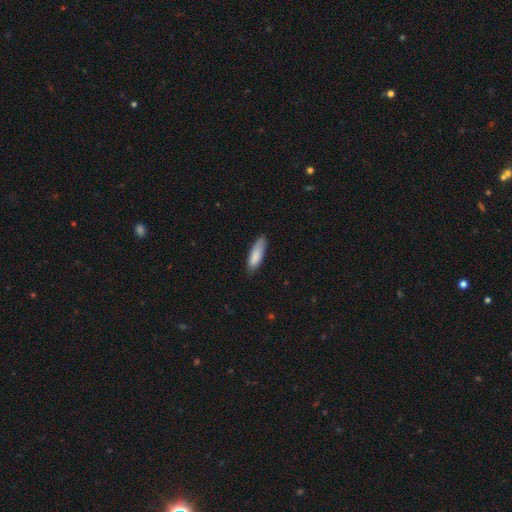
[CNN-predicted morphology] Smooth or featured? Predicted: smooth (p=0.86). How rounded? Predicted: in between (p=0.51). Merging? Predicted: none (p=0.76).